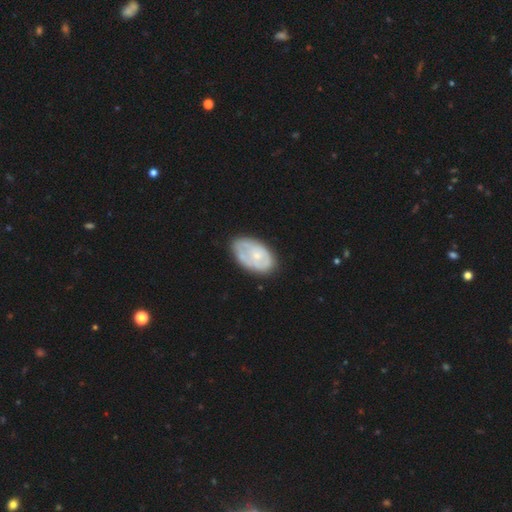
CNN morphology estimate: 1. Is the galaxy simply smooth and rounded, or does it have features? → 52% featured or disk, 42% smooth, 6% star or artifact.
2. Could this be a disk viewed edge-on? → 95% no, 5% yes.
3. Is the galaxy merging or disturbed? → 62% none, 26% minor disturbance, 9% major disturbance, 3% merger.